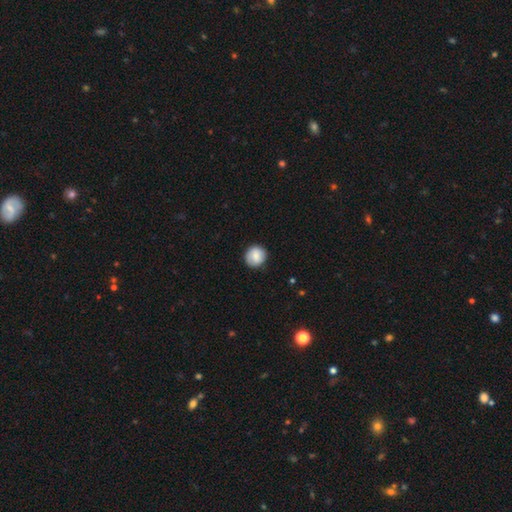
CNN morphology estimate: Smooth or featured? smooth (81%)
How rounded? round (90%)
Merging? none (88%)